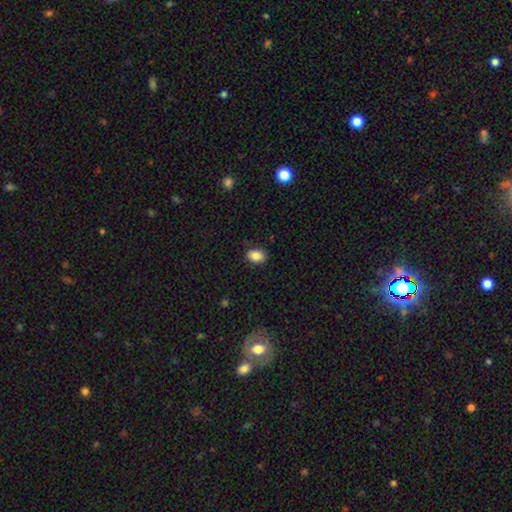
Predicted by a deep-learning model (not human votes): Overall: smooth (87%). How rounded: in between (78%). Merging: none (83%).